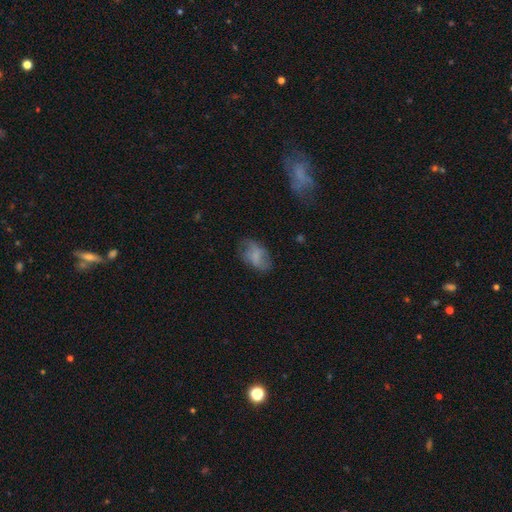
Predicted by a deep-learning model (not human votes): smooth_or_featured: smooth (p=0.62) [alt: featured or disk p=0.29]
how_rounded: in between (p=0.89) [alt: round p=0.09]
merging: none (p=0.55) [alt: minor disturbance p=0.28]